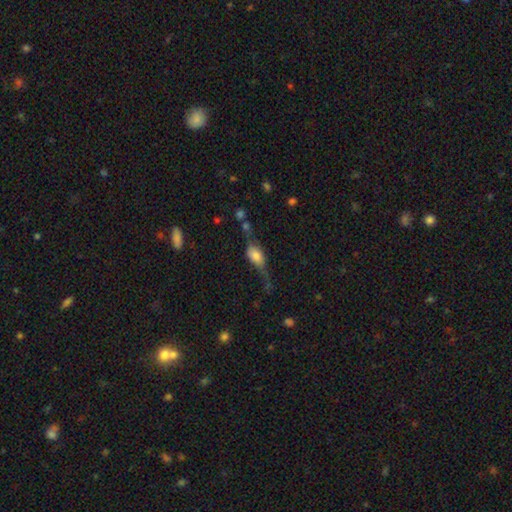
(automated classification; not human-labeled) Smooth or featured? smooth (55%)
How rounded? in between (80%)
Merging? none (37%)